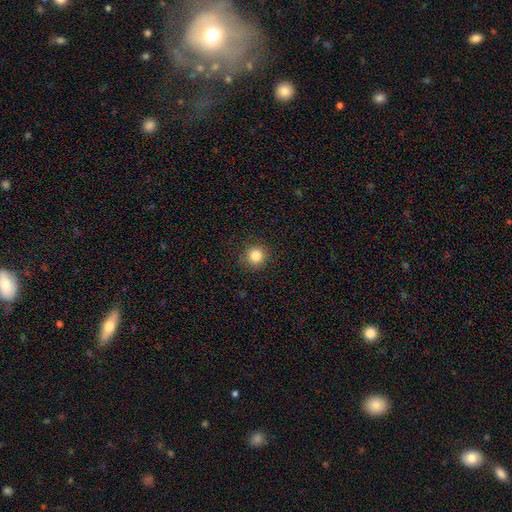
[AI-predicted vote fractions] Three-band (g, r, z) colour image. It shows a smooth galaxy with no disk features (84%) that is round (94%). Merging: none (91%).